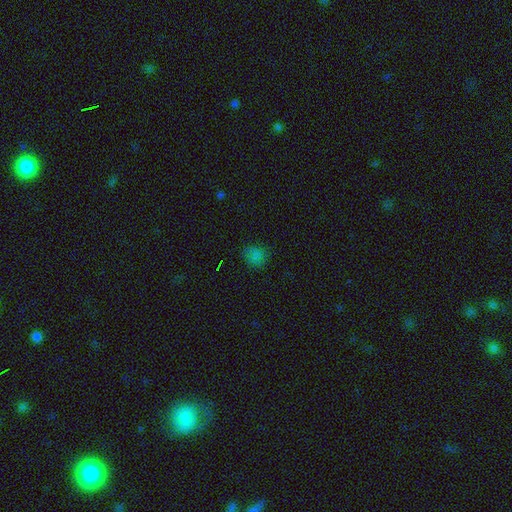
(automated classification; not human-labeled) A smooth galaxy with no disk features (72%) that is round (71%).

Vote fractions:
- Smooth or featured? smooth: 72% / star or artifact: 22% / featured or disk: 6%
- How rounded? round: 71% / in between: 28% / cigar-shaped: 1%
- Merging? none: 75% / minor disturbance: 19% / major disturbance: 5% / merger: 2%